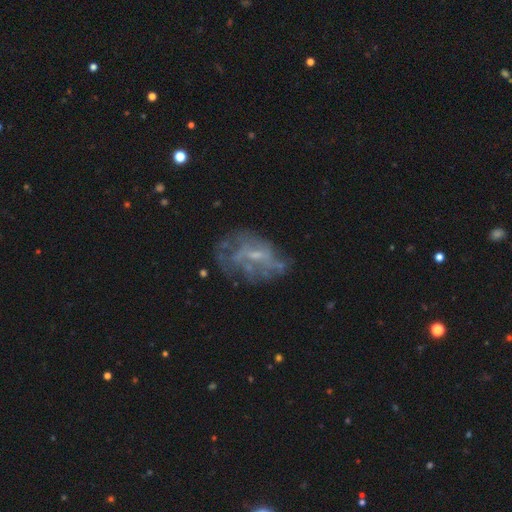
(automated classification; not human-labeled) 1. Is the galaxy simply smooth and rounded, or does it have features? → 67% featured or disk, 20% smooth, 13% star or artifact.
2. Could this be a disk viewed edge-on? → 96% no, 4% yes.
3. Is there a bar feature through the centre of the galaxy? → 50% no, 41% weak, 9% strong.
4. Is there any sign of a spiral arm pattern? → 55% no, 45% yes.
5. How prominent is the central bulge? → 55% small, 21% moderate, 21% none, 1% large, 1% dominant.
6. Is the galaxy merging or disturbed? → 50% none, 24% major disturbance, 22% minor disturbance, 4% merger.